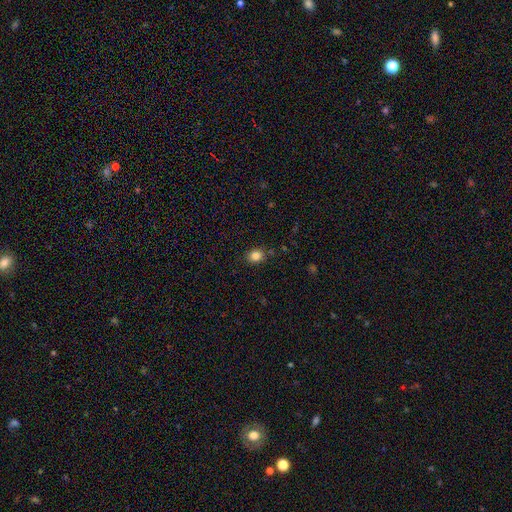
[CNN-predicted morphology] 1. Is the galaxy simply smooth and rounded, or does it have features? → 84% smooth, 11% star or artifact, 5% featured or disk.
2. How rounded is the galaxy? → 59% round, 40% in between, 1% cigar-shaped.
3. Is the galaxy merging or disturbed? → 84% none, 11% minor disturbance, 3% major disturbance, 2% merger.